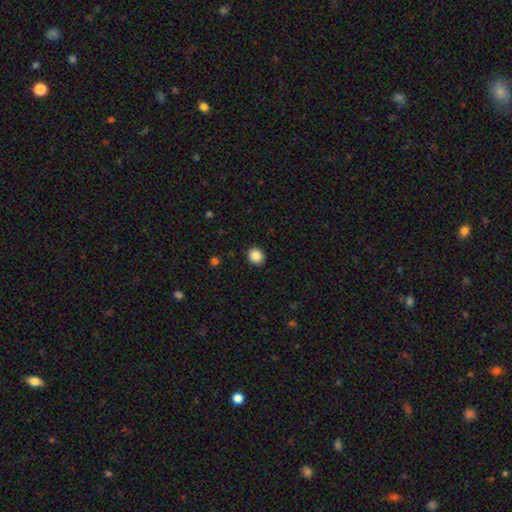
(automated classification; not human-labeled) Smooth or featured? smooth (87%)
How rounded? round (81%)
Merging? none (91%)